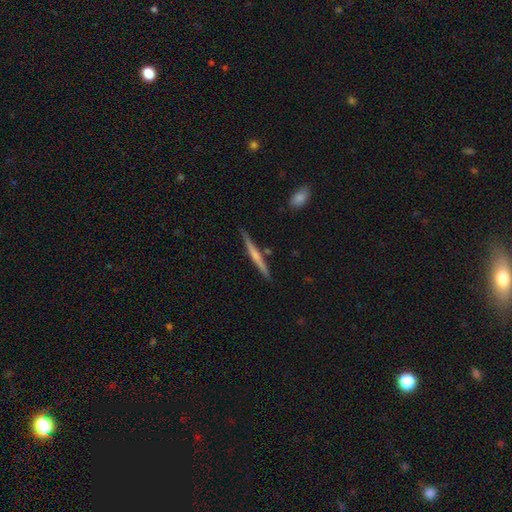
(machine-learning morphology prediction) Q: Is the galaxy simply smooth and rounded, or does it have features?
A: featured or disk — 53%.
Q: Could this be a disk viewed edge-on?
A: yes — 97%.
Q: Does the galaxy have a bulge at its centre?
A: none — 48%.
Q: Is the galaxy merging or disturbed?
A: none — 86%.